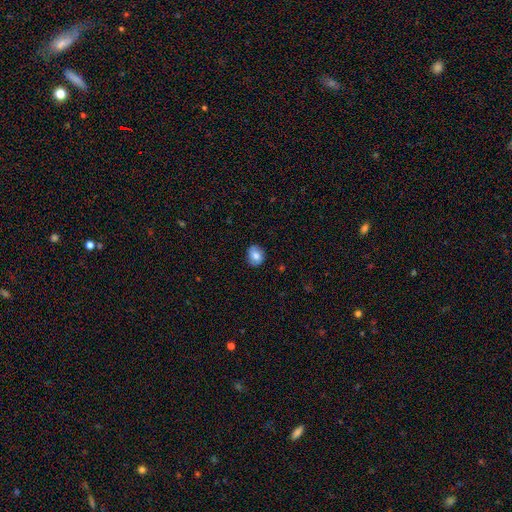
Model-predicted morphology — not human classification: type=smooth (72%); roundness=round (59%); merging=none (83%).